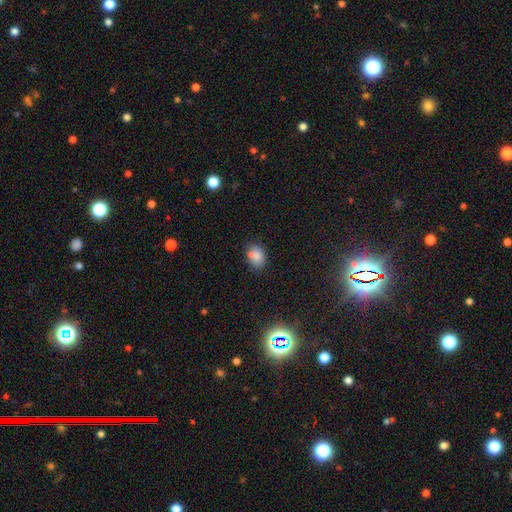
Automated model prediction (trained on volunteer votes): smooth_or_featured: smooth (p=0.79) [alt: star or artifact p=0.12]
how_rounded: in between (p=0.70) [alt: round p=0.29]
merging: none (p=0.64) [alt: minor disturbance p=0.18]